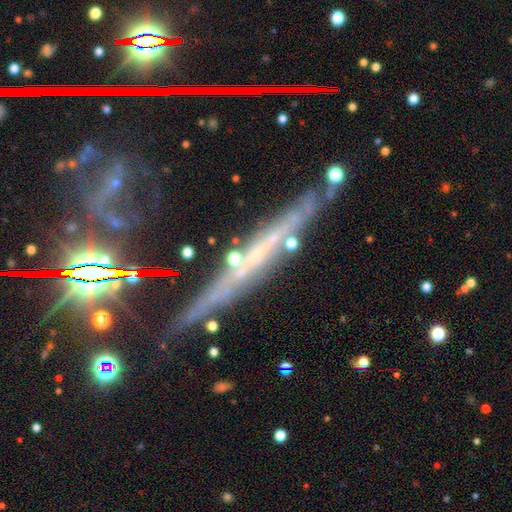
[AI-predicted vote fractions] The model was most divided on "edge-on bulge": none: 68%, rounded: 24%, boxy: 9%. More confident: edge-on disk — yes (89%); merging — none (79%); smooth or featured — featured or disk (64%).